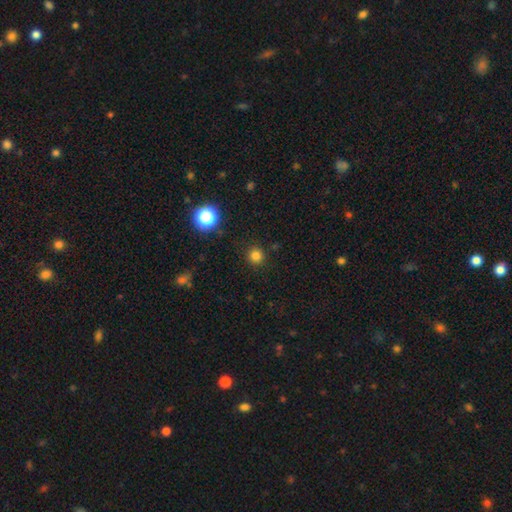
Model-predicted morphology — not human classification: A smooth galaxy with no disk features (80%) that is round (94%).

Vote fractions:
- Smooth or featured? smooth: 80% / star or artifact: 16% / featured or disk: 4%
- How rounded? round: 94% / in between: 5% / cigar-shaped: 1%
- Merging? none: 91% / minor disturbance: 5% / major disturbance: 2% / merger: 1%